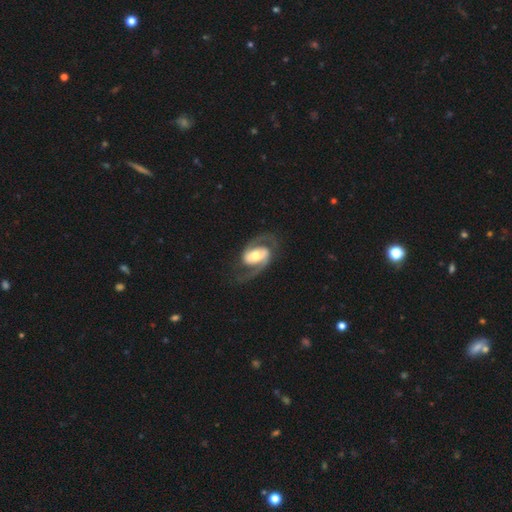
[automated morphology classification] Smooth or featured? featured or disk (87%)
Edge-on disk? no (97%)
Bar? strong (35%)
Spiral arms? yes (94%)
Spiral winding? medium (53%)
Spiral arm count? 2 (92%)
Bulge size? moderate (65%)
Merging? none (75%)